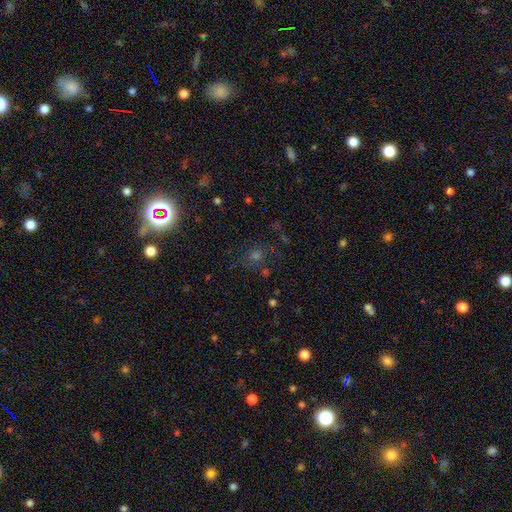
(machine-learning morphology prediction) Smooth or featured: star or artifact — 45% (smooth — 44%)